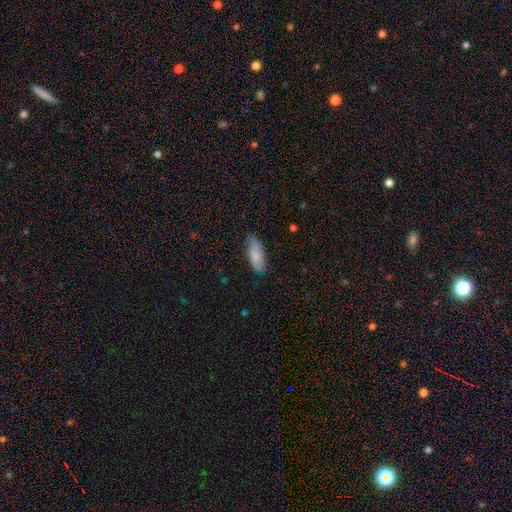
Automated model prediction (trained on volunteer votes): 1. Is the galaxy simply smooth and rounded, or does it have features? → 80% smooth, 14% featured or disk, 6% star or artifact.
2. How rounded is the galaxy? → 80% in between, 19% cigar-shaped, 2% round.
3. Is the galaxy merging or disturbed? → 76% none, 19% minor disturbance, 3% major disturbance, 1% merger.